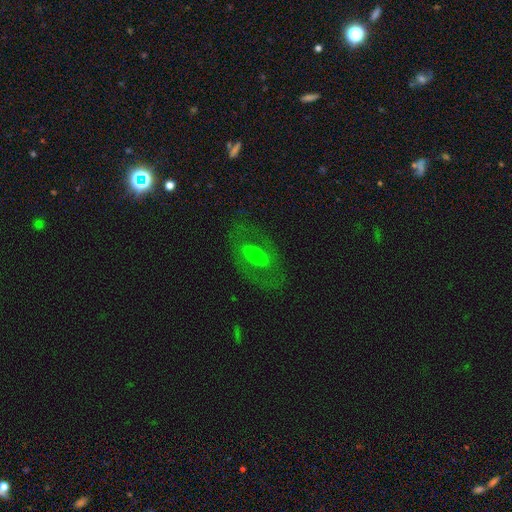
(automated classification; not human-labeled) Morphology: type=featured or disk (58%); edge-on=no (90%); bar=no (40%); spiral arms=no (63%); bulge=moderate (58%); merging=none (75%).